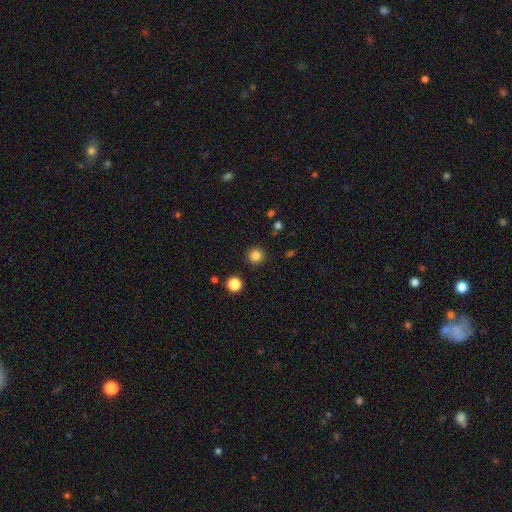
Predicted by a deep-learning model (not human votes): A smooth galaxy with no disk features (84%) that is round (94%). Merging: none (91%).